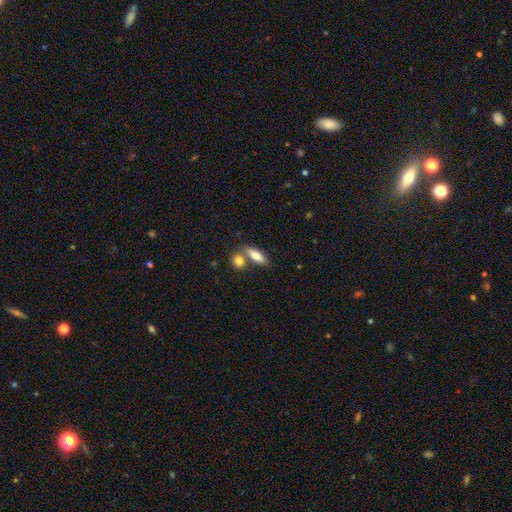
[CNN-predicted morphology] Q: Smooth or featured?
A: smooth (77%); runner-up: featured or disk (17%)
Q: How rounded?
A: in between (62%); runner-up: cigar-shaped (33%)
Q: Merging?
A: none (58%); runner-up: merger (28%)